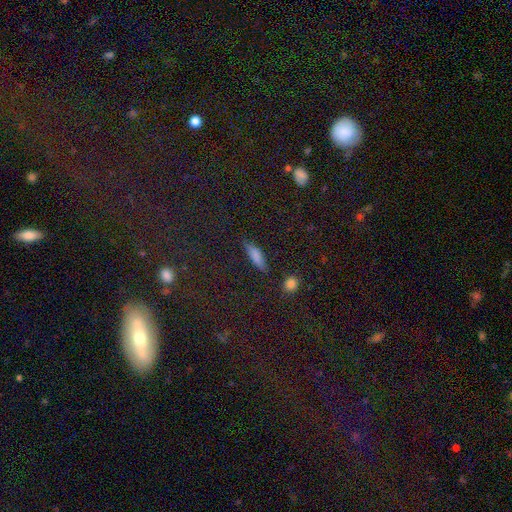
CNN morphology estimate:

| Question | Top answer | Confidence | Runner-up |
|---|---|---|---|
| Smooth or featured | smooth | 75% | featured or disk (13%) |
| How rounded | cigar-shaped | 59% | in between (37%) |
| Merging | none | 76% | minor disturbance (17%) |